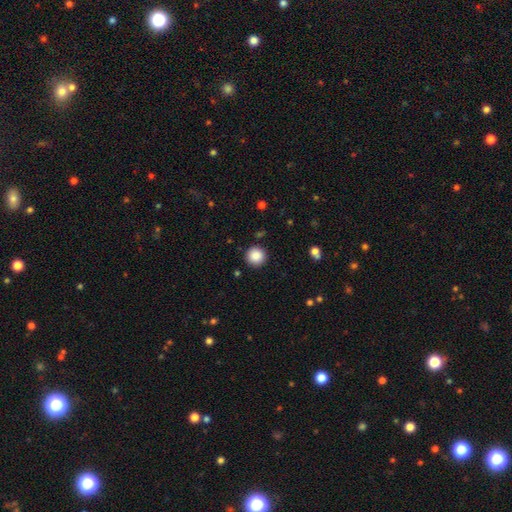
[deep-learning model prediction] A smooth galaxy with no disk features (88%) that is round (95%). Merging: none (91%).